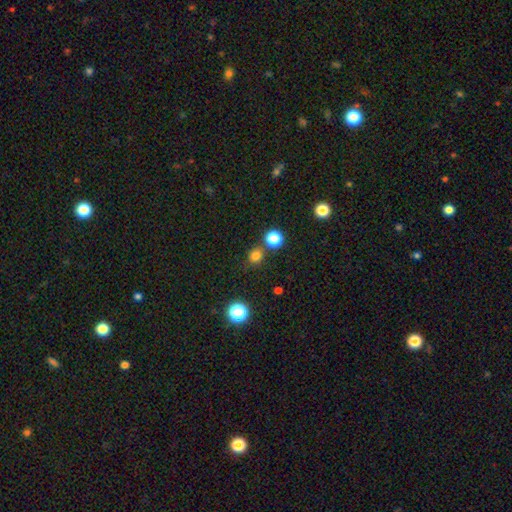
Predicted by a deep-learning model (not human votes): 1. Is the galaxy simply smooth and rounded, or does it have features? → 76% smooth, 19% star or artifact, 5% featured or disk.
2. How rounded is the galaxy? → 82% round, 17% in between, 1% cigar-shaped.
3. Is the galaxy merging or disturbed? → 74% none, 12% merger, 10% minor disturbance, 4% major disturbance.